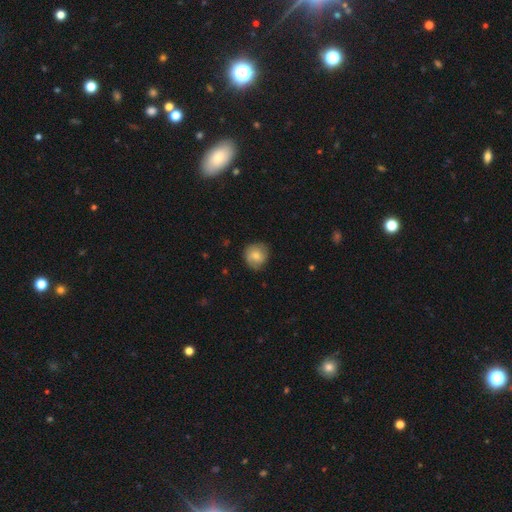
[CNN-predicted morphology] A smooth galaxy with no disk features (66%) that is round (86%).

Vote fractions:
- Smooth or featured? smooth: 66% / featured or disk: 26% / star or artifact: 8%
- How rounded? round: 86% / in between: 13% / cigar-shaped: 1%
- Merging? none: 76% / minor disturbance: 19% / major disturbance: 4% / merger: 1%